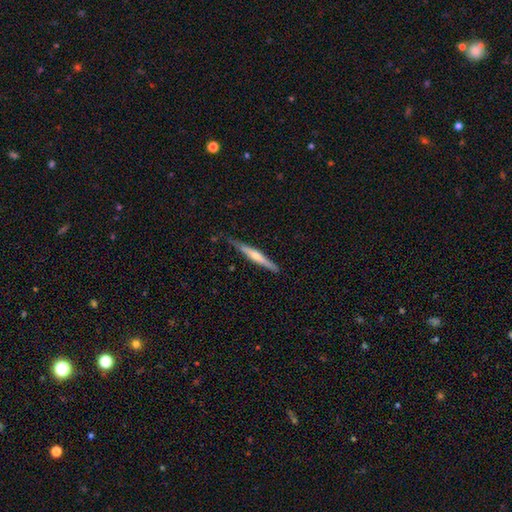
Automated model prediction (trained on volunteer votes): Smooth or featured: featured or disk — 59% (smooth — 36%)
Edge-on disk: yes — 97% (no — 3%)
Edge-on bulge: rounded — 72% (none — 21%)
Merging: none — 82% (minor disturbance — 15%)